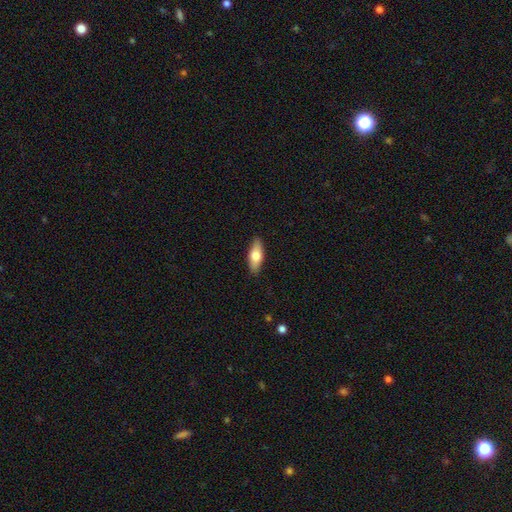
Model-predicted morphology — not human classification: Smooth or featured: smooth — 69% (featured or disk — 25%)
How rounded: in between — 68% (cigar-shaped — 30%)
Merging: none — 88% (minor disturbance — 9%)